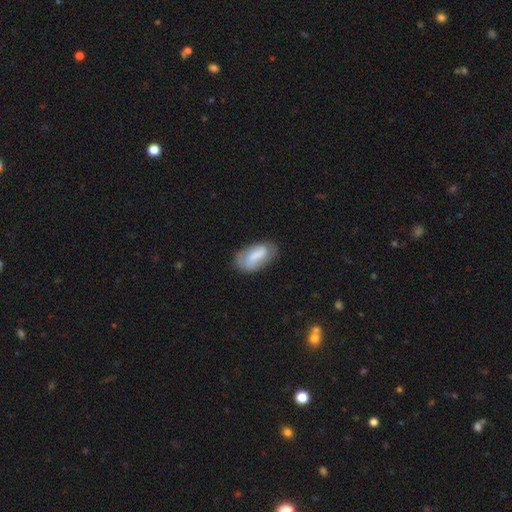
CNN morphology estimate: smooth_or_featured: smooth (p=0.57) [alt: featured or disk p=0.36]
how_rounded: in between (p=0.91) [alt: cigar-shaped p=0.06]
merging: none (p=0.65) [alt: minor disturbance p=0.25]